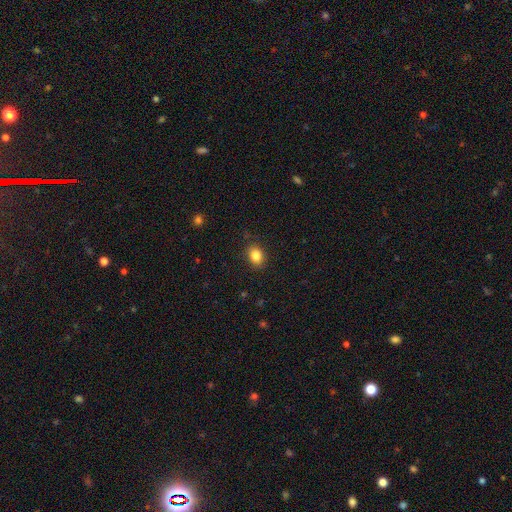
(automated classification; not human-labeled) smooth 86%, star or artifact 9%, featured or disk 5%. Down the decision tree: how rounded — in between (70%); merging — none (85%).